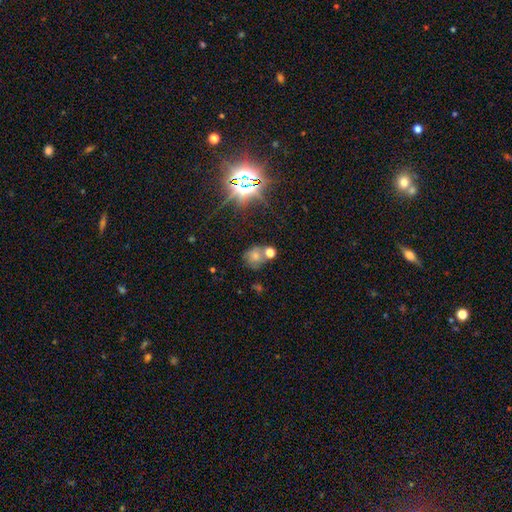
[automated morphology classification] smooth 53%, star or artifact 27%, featured or disk 20%. Down the decision tree: how rounded — round (69%); merging — none (46%).